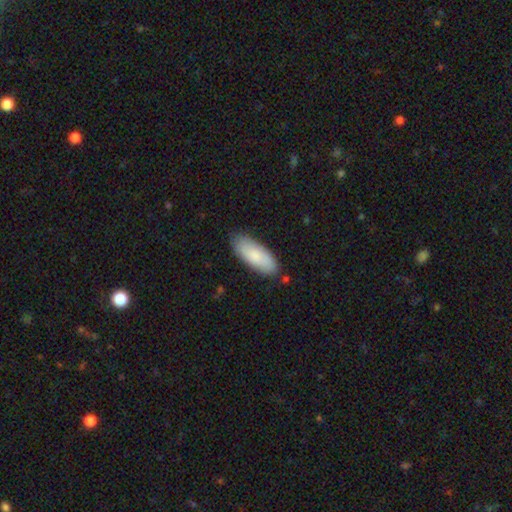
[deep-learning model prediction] Smooth or featured? Predicted: smooth (p=0.83). How rounded? Predicted: in between (p=0.78). Merging? Predicted: none (p=0.82).